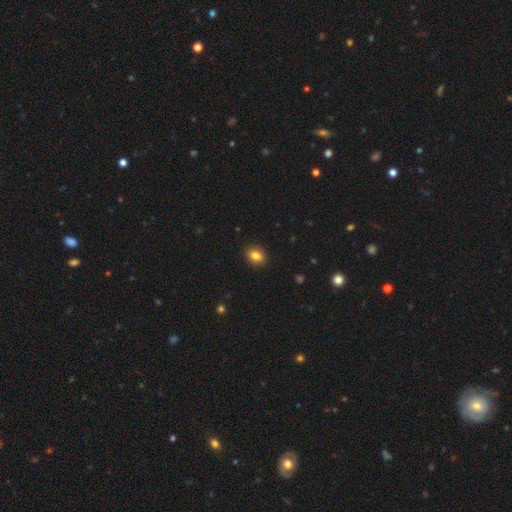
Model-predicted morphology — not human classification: Overall: smooth (84%). How rounded: in between (61%; round 38%). Merging: none (90%).